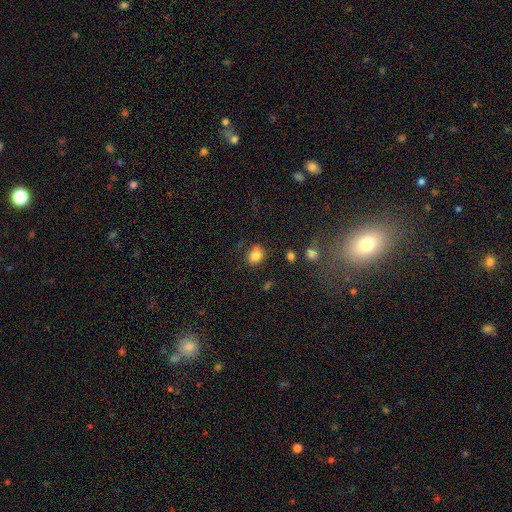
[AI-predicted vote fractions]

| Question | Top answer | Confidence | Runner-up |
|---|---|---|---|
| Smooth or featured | smooth | 82% | star or artifact (11%) |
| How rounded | round | 62% | in between (37%) |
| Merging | none | 71% | minor disturbance (19%) |